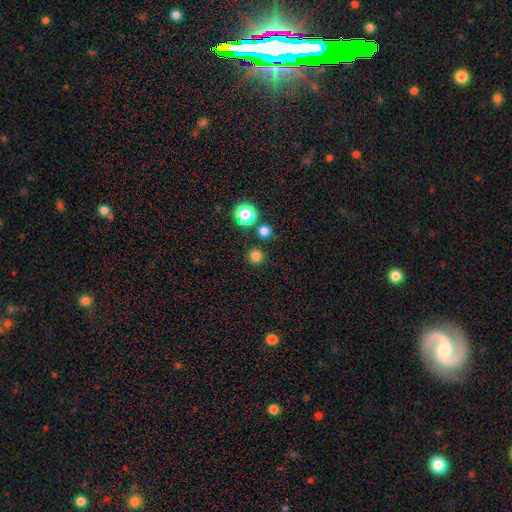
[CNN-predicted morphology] Q: Smooth or featured?
A: smooth (79%); runner-up: star or artifact (17%)
Q: How rounded?
A: round (95%); runner-up: in between (4%)
Q: Merging?
A: none (86%); runner-up: minor disturbance (6%)